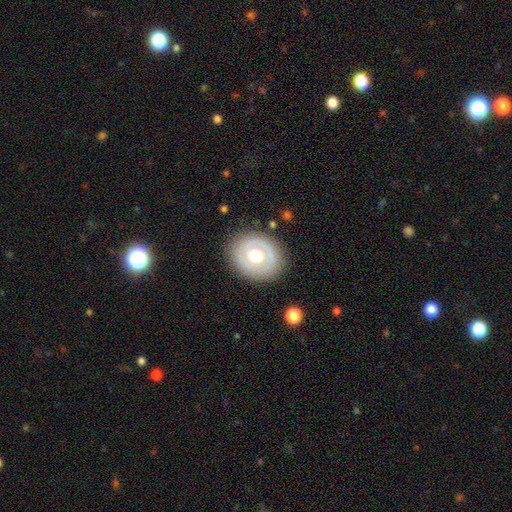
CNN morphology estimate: Q: Smooth or featured?
A: smooth (47%); runner-up: featured or disk (46%)
Q: Merging?
A: none (81%); runner-up: minor disturbance (12%)